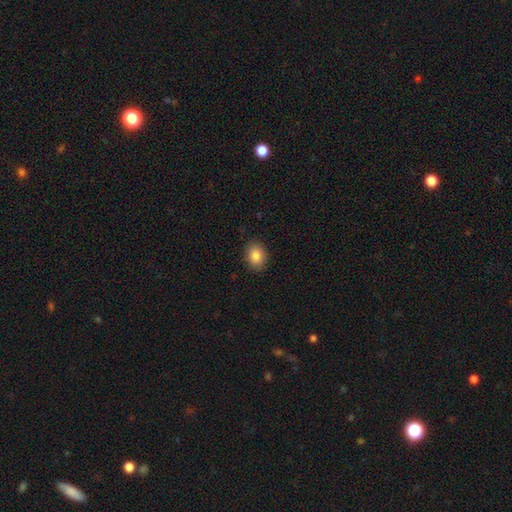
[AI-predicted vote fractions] A smooth galaxy with no disk features (86%) that is in between round and cigar-shaped (61%). Merging: none (89%).